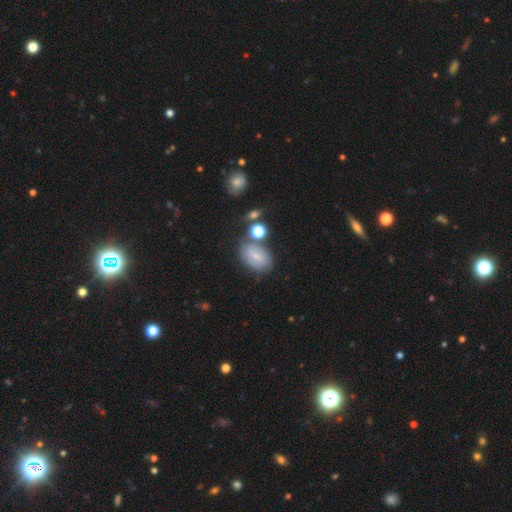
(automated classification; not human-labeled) This appears to be a smooth galaxy with no disk features (53%) that is in between round and cigar-shaped (80%). Merging: none (63%).